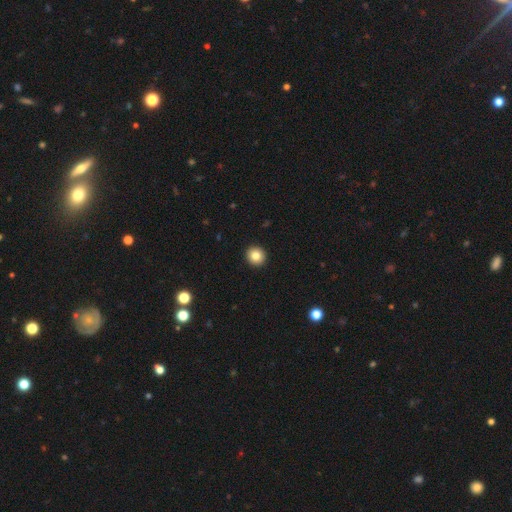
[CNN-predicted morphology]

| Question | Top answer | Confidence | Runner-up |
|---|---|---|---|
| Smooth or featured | smooth | 83% | star or artifact (10%) |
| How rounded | round | 94% | in between (5%) |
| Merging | none | 94% | minor disturbance (4%) |